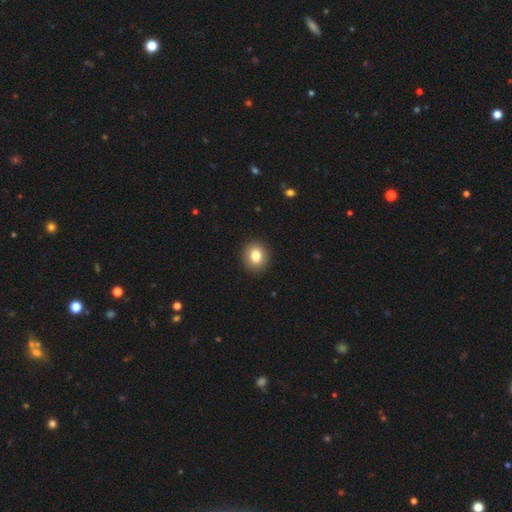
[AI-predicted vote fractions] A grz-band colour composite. It shows a smooth galaxy with no disk features (81%) that is round (76%). Merging: none (91%).